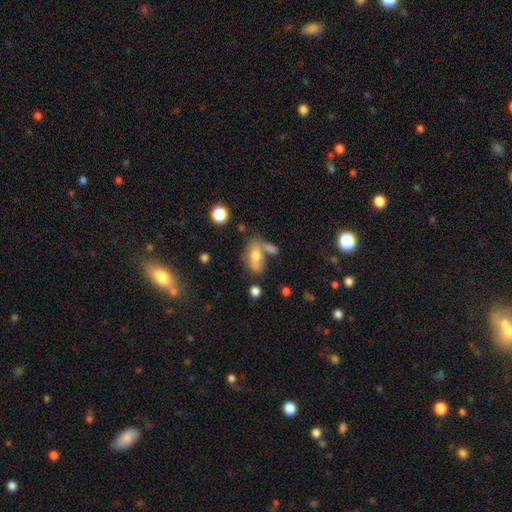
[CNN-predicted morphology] This is likely a smooth galaxy (62%). How rounded: clearly in between (80%). Merging: marginally none (44%).